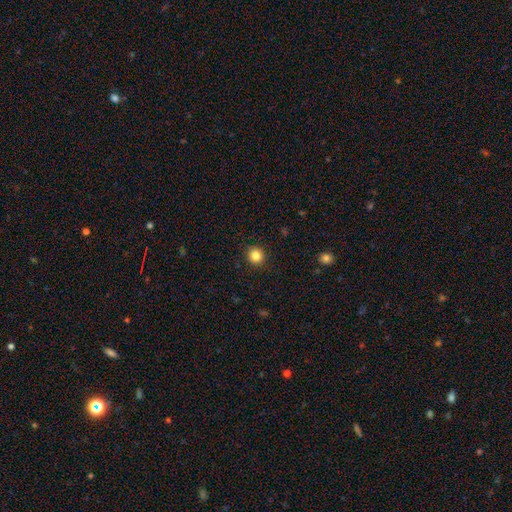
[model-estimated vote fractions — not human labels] smooth_or_featured: smooth (p=0.84) [alt: star or artifact p=0.11]
how_rounded: round (p=0.91) [alt: in between p=0.08]
merging: none (p=0.91) [alt: minor disturbance p=0.06]